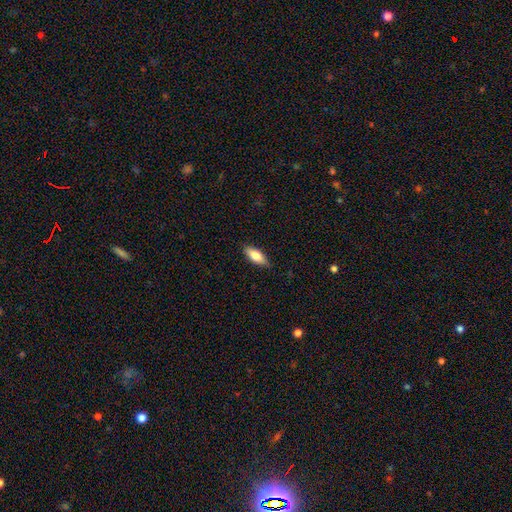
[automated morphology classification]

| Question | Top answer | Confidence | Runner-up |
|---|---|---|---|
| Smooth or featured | smooth | 75% | featured or disk (19%) |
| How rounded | in between | 74% | cigar-shaped (24%) |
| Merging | none | 83% | minor disturbance (13%) |